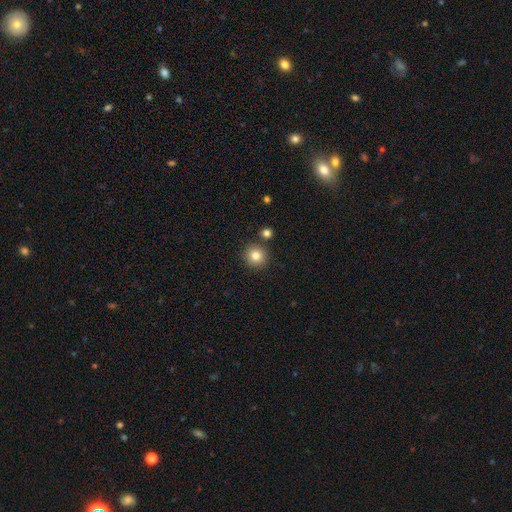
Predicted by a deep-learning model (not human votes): Smooth or featured?
  - smooth: 82% *
  - star or artifact: 11%
  - featured or disk: 7%
How rounded?
  - round: 93% *
  - in between: 6%
  - cigar-shaped: 1%
Merging?
  - none: 85% *
  - minor disturbance: 7%
  - merger: 6%
  - major disturbance: 2%